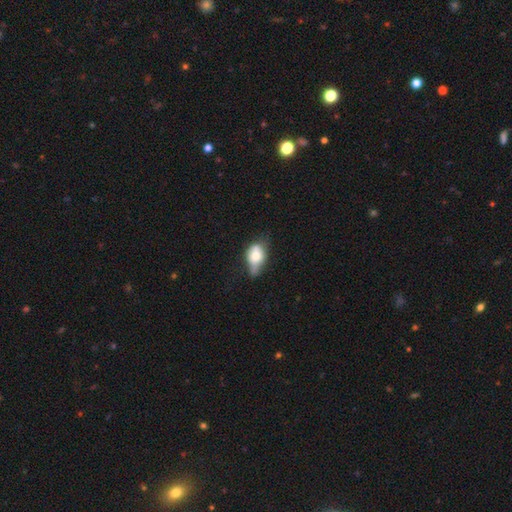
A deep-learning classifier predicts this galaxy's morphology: Smooth or featured? smooth (60%)
How rounded? in between (81%)
Merging? minor disturbance (38%)